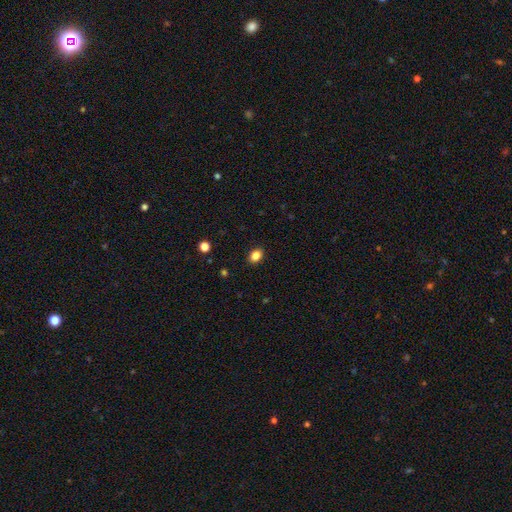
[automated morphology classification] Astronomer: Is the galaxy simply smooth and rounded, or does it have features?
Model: smooth — 85%.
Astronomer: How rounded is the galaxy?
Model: in between — 71%.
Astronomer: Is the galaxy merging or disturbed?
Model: none — 90%.